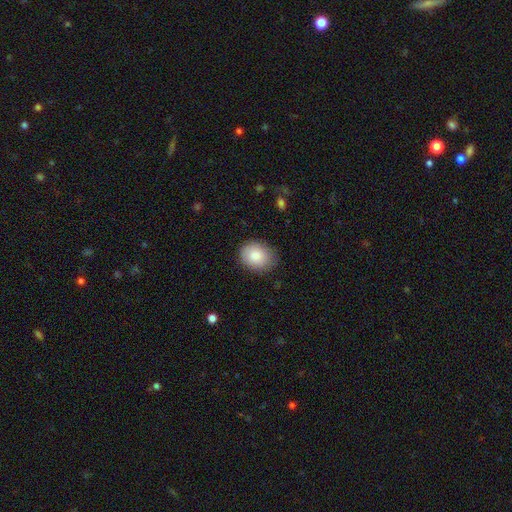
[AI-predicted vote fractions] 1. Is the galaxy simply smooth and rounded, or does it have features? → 84% smooth, 9% featured or disk, 7% star or artifact.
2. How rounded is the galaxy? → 52% in between, 48% round, 1% cigar-shaped.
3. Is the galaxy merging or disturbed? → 82% none, 14% minor disturbance, 3% major disturbance, 1% merger.